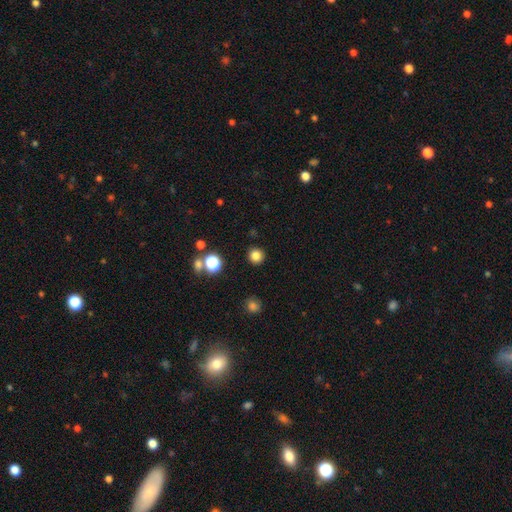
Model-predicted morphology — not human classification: A smooth galaxy with no disk features (81%) that is round (94%). Merging: none (91%).